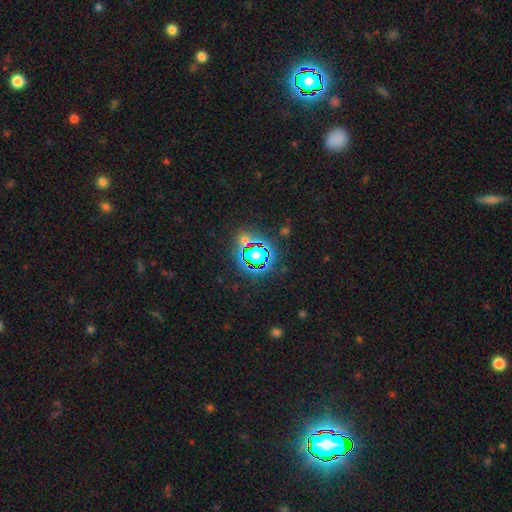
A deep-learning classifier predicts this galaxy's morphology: A star or artifact, not a galaxy (66%).

Vote fractions:
- Smooth or featured? star or artifact: 66% / smooth: 23% / featured or disk: 11%